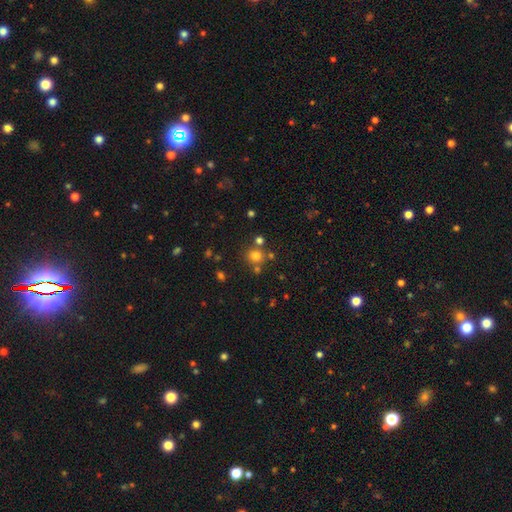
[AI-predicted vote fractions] A smooth galaxy with no disk features (74%) that is round (88%). Merging: none (72%).